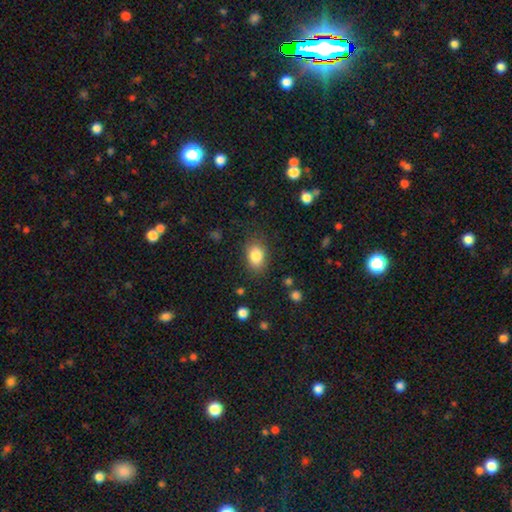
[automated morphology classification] Overall: smooth (84%). How rounded: in between (76%). Merging: none (80%).